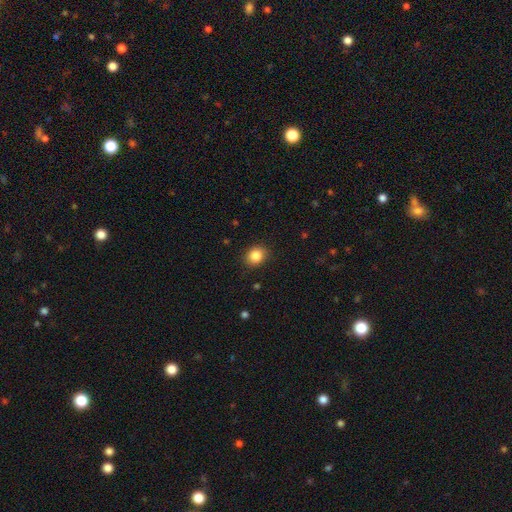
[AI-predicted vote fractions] Q: Smooth or featured?
A: smooth (86%); runner-up: star or artifact (10%)
Q: How rounded?
A: round (68%); runner-up: in between (31%)
Q: Merging?
A: none (88%); runner-up: minor disturbance (8%)